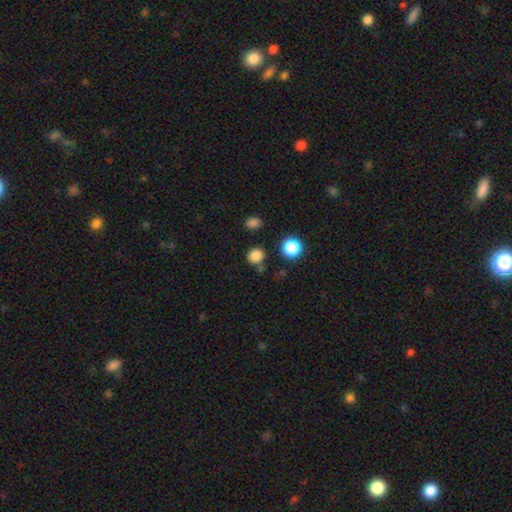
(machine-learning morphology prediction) Smooth or featured? Predicted: smooth (p=0.82). How rounded? Predicted: round (p=0.84). Merging? Predicted: none (p=0.78).